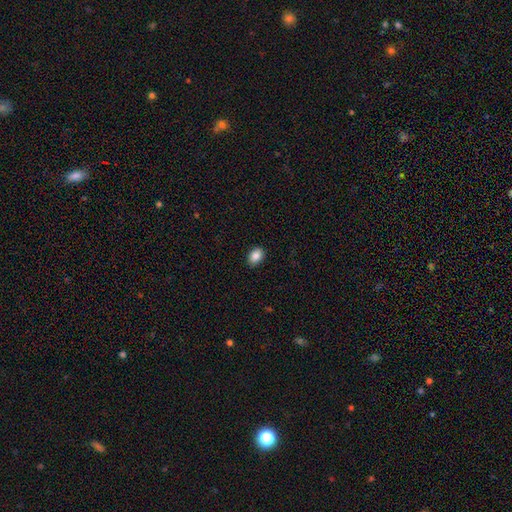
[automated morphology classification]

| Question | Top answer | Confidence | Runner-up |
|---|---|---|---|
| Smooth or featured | smooth | 87% | star or artifact (8%) |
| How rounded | in between | 78% | round (21%) |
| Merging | none | 88% | minor disturbance (10%) |